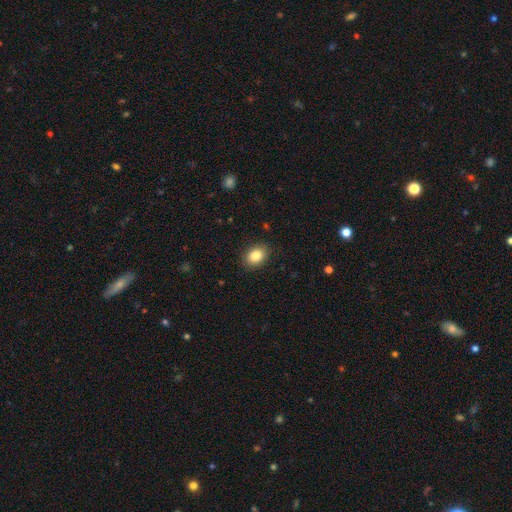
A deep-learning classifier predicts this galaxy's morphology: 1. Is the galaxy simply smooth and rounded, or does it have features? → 85% smooth, 8% star or artifact, 7% featured or disk.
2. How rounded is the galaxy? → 71% in between, 28% round, 1% cigar-shaped.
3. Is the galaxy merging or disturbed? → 87% none, 10% minor disturbance, 2% major disturbance, 1% merger.